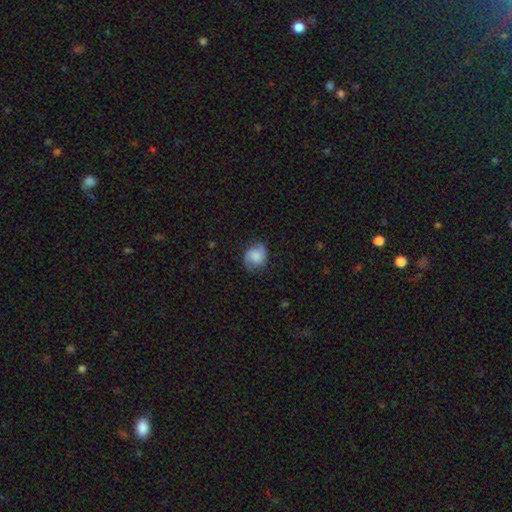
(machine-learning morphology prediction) Q: Smooth or featured?
A: smooth (55%); runner-up: featured or disk (36%)
Q: How rounded?
A: round (70%); runner-up: in between (29%)
Q: Merging?
A: none (69%); runner-up: minor disturbance (22%)